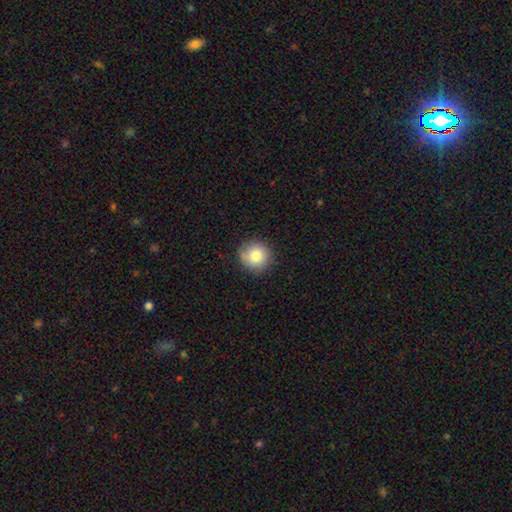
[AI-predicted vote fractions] A smooth galaxy with no disk features (81%) that is round (92%). Merging: none (84%).